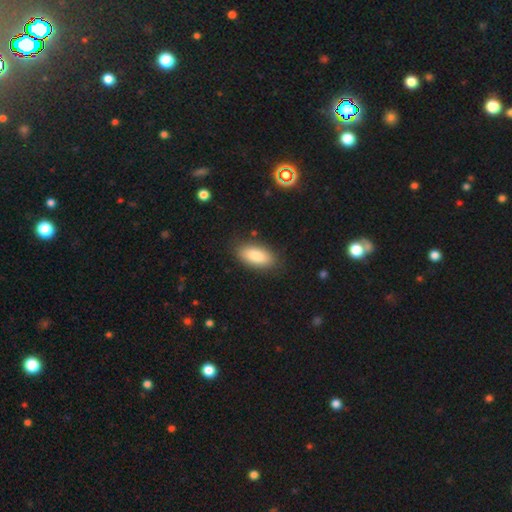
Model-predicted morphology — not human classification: This is clearly a smooth galaxy (83%). How rounded: clearly in between (88%). Merging: clearly none (86%).